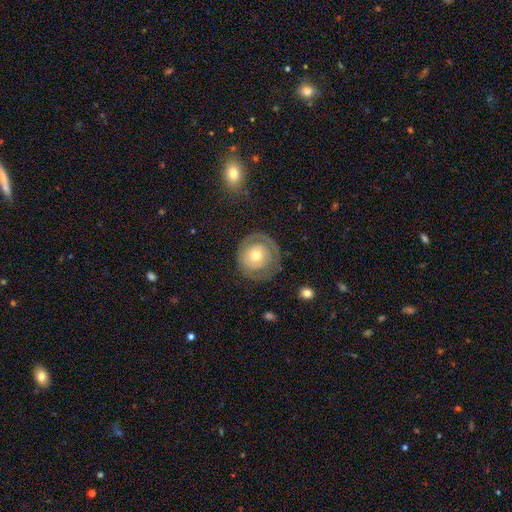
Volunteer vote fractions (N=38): featured or disk 61%, smooth 39%, star or artifact 0%. Down the decision tree: edge-on disk — no (100%); bar — no (91%); spiral arms — no (78%); bulge size — small (70%); merging — none (66%).